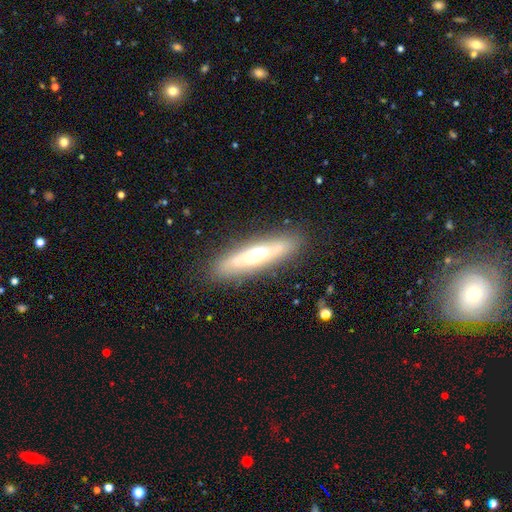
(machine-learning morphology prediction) Smooth or featured? Predicted: featured or disk (p=0.56). Edge-on disk? Predicted: yes (p=0.69). Merging? Predicted: none (p=0.84).